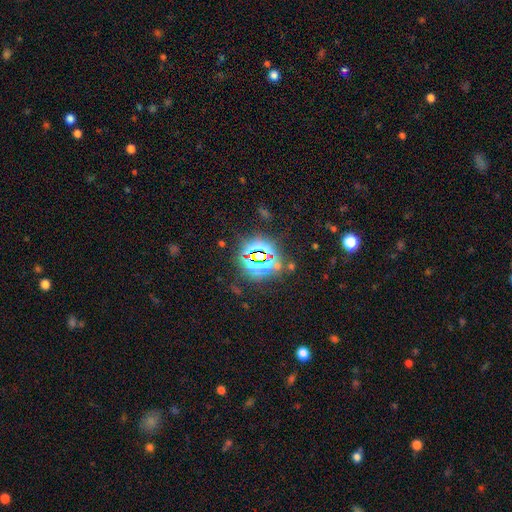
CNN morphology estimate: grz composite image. It shows a star or artifact, not a galaxy (78%).